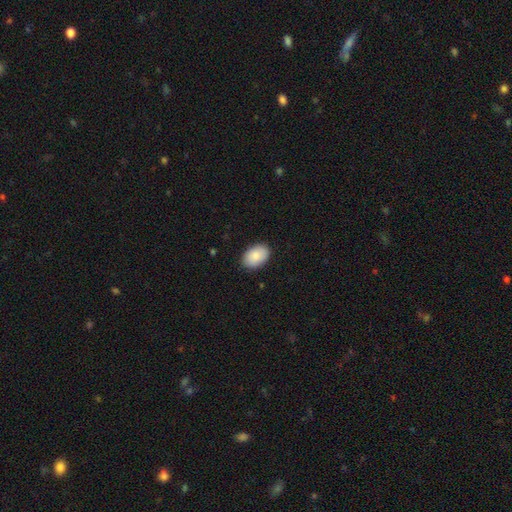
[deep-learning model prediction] Smooth or featured? Predicted: smooth (p=0.86). How rounded? Predicted: in between (p=0.89). Merging? Predicted: none (p=0.88).